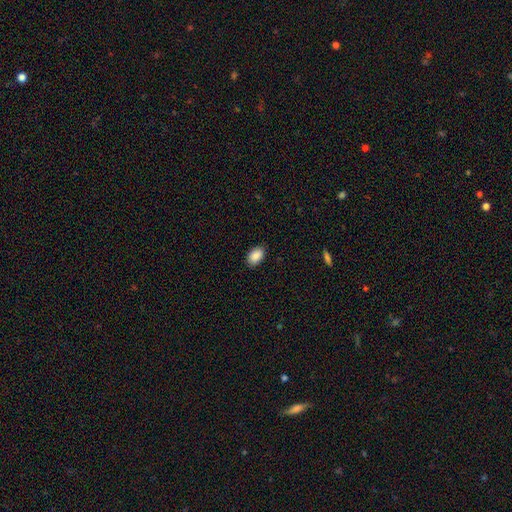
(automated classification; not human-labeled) Smooth or featured? smooth (90%)
How rounded? in between (90%)
Merging? none (88%)